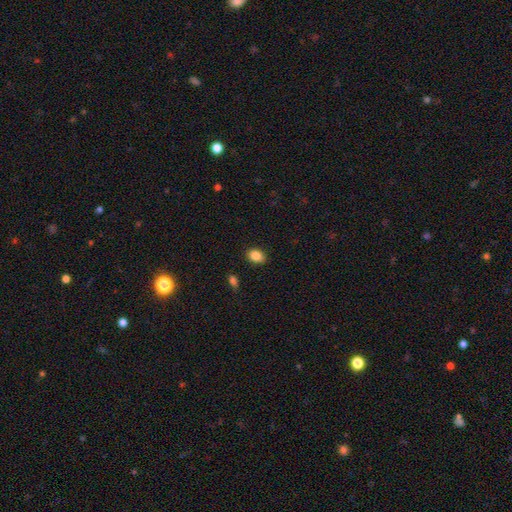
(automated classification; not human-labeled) A smooth galaxy with no disk features (87%) that is in between round and cigar-shaped (79%).

Vote fractions:
- Smooth or featured? smooth: 87% / star or artifact: 9% / featured or disk: 4%
- How rounded? in between: 79% / round: 20% / cigar-shaped: 1%
- Merging? none: 87% / minor disturbance: 9% / major disturbance: 2% / merger: 1%